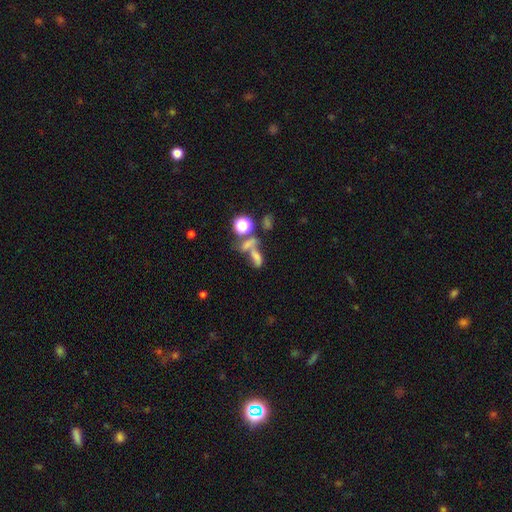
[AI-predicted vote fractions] smooth 47%, star or artifact 28%, featured or disk 25%. Down the decision tree: merging — merger (46%).